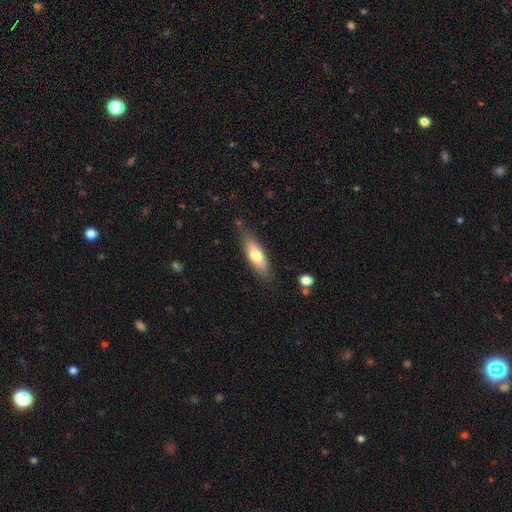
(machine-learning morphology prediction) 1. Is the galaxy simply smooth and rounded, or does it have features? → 68% smooth, 26% featured or disk, 6% star or artifact.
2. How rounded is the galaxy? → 49% in between (tied), 49% cigar-shaped (tied), 2% round.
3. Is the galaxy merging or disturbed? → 77% none, 17% minor disturbance, 4% major disturbance, 3% merger.